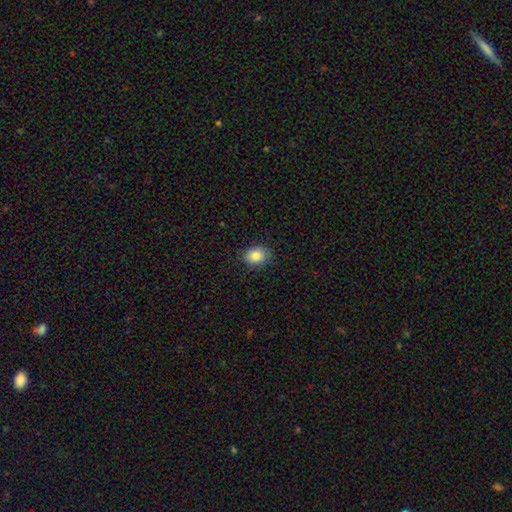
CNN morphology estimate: This appears to be a smooth galaxy with no disk features (86%) that is in between round and cigar-shaped (67%). Merging: none (85%).